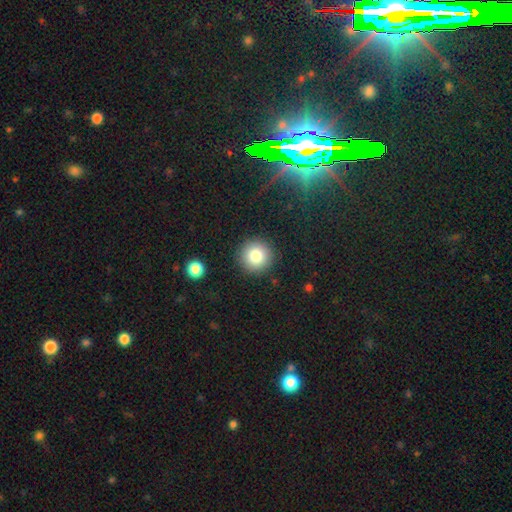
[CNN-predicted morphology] Overall: smooth (82%). How rounded: round (95%). Merging: none (91%).